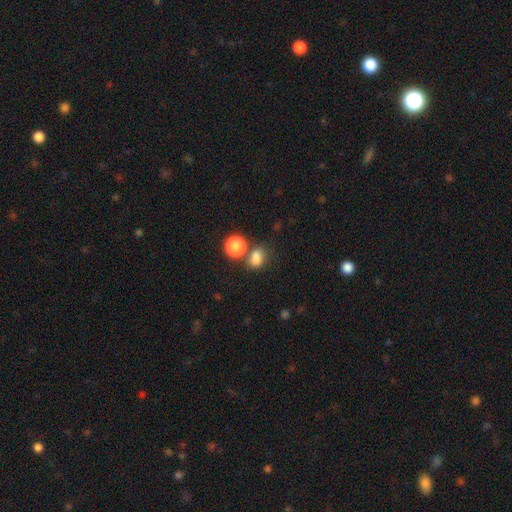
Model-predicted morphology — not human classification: The model was most divided on "how rounded": in between: 53%, round: 46%, cigar-shaped: 2%. More confident: smooth or featured — smooth (81%); merging — none (55%).